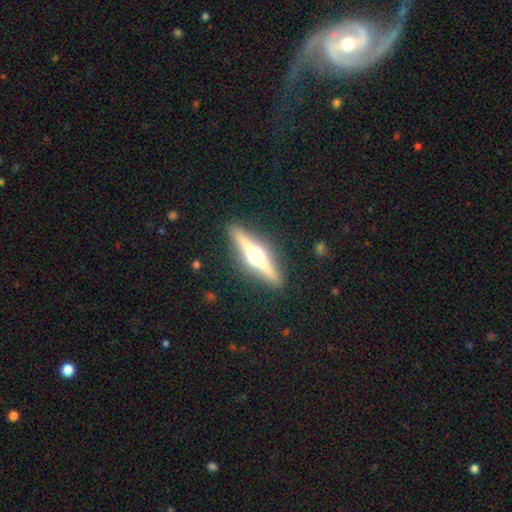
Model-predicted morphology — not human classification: This is likely a featured or disk galaxy (76%). It is clearly viewed edge-on (96%). Edge-on bulge: clearly rounded (97%). Merging: clearly none (90%).